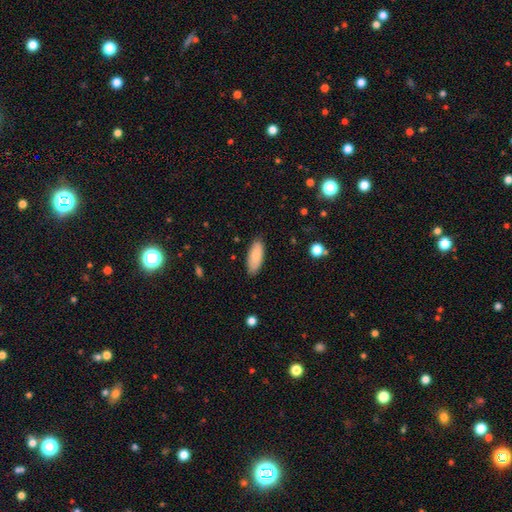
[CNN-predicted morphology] smooth_or_featured: smooth (p=0.84) [alt: featured or disk p=0.10]
how_rounded: in between (p=0.79) [alt: cigar-shaped p=0.19]
merging: none (p=0.85) [alt: minor disturbance p=0.12]